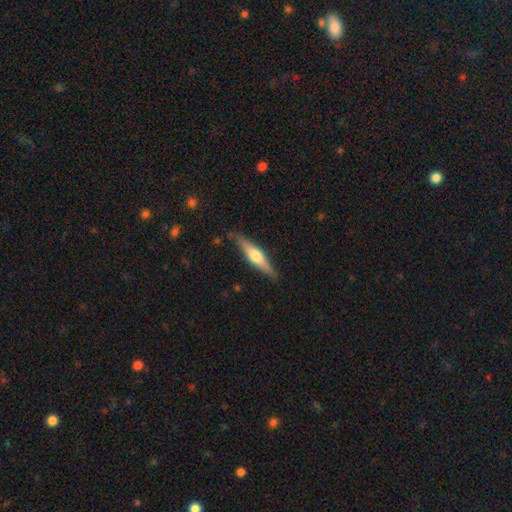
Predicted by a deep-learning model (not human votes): This is likely a featured or disk galaxy (62%). It is clearly viewed edge-on (96%). Edge-on bulge: clearly rounded (91%). Merging: clearly none (85%).